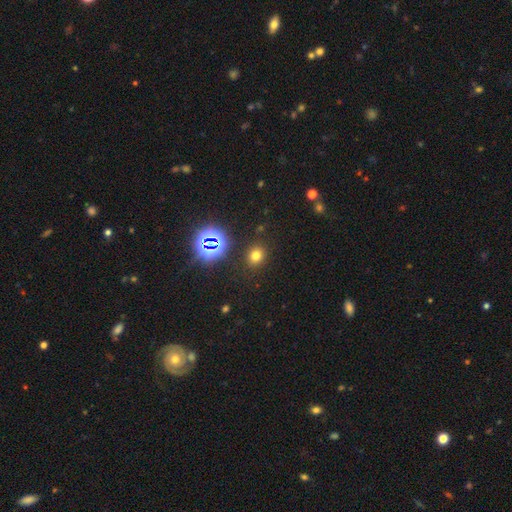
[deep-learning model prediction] This appears to be a smooth galaxy with no disk features (70%) that is round (69%). Merging: none (87%).